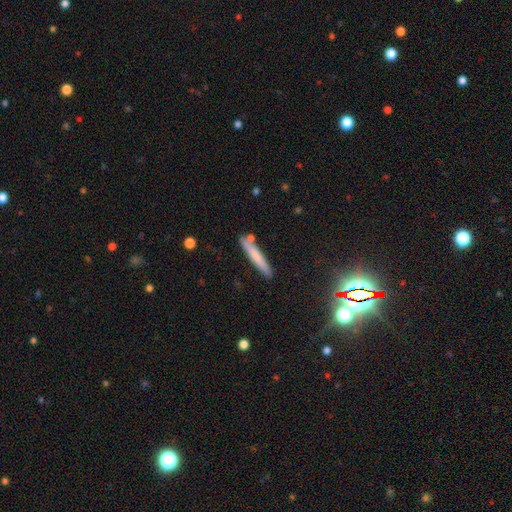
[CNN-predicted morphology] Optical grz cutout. It shows a smooth galaxy with no disk features (68%) that is cigar-shaped (94%). Merging: none (82%).